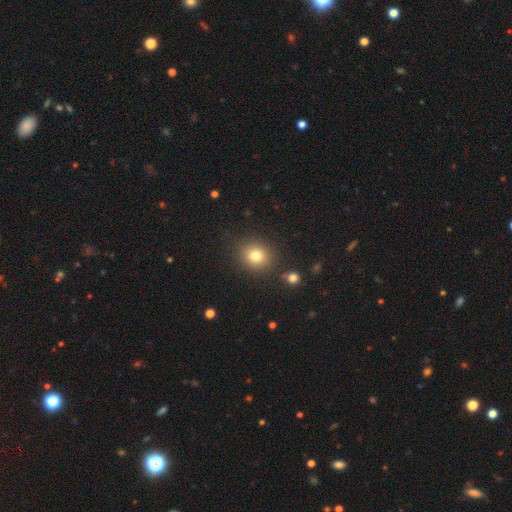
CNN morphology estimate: type=smooth (79%); roundness=round (78%); merging=none (84%).